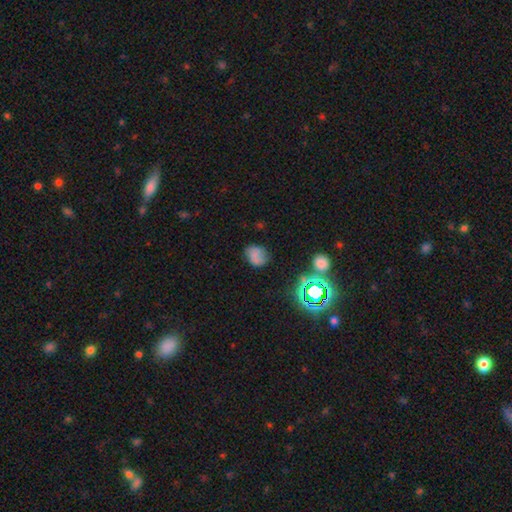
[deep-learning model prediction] Morphology: type=smooth (66%); roundness=round (51%); merging=none (69%).